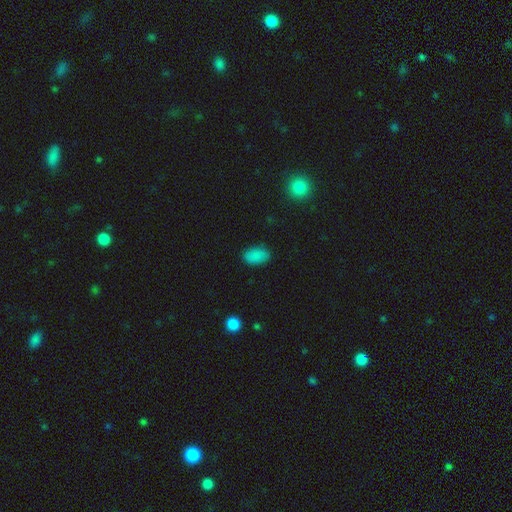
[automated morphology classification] smooth-or-featured: smooth: 85% | star or artifact: 11% | featured or disk: 4%
  how-rounded: in between: 92% | round: 6% | cigar-shaped: 2%
  merging: none: 84% | minor disturbance: 12% | major disturbance: 3% | merger: 1%